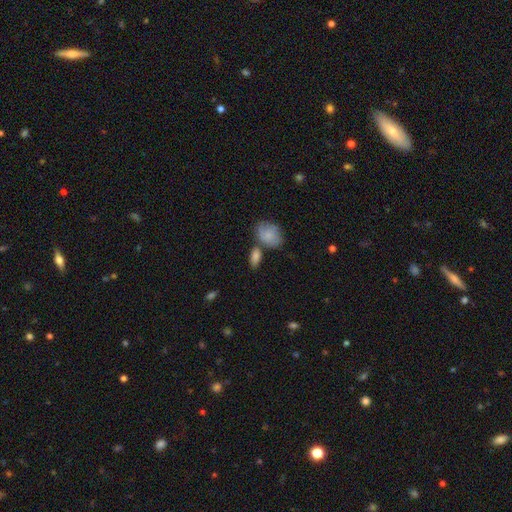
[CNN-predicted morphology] A smooth galaxy with no disk features (76%) that is in between round and cigar-shaped (82%).

Vote fractions:
- Smooth or featured? smooth: 76% / featured or disk: 14% / star or artifact: 9%
- How rounded? in between: 82% / round: 12% / cigar-shaped: 7%
- Merging? none: 57% / merger: 23% / minor disturbance: 15% / major disturbance: 5%